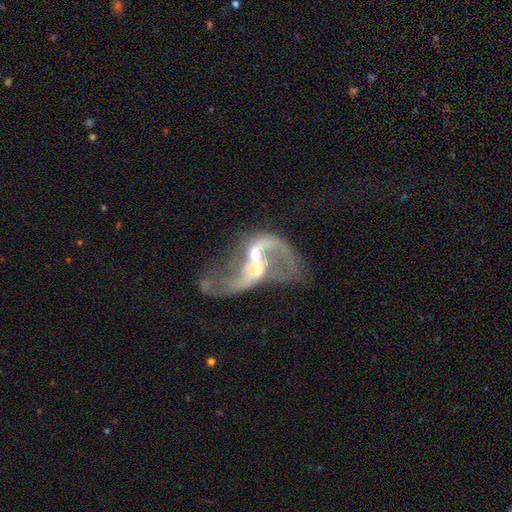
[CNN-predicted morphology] Smooth or featured? featured or disk (84%)
Edge-on disk? no (97%)
Bar? no (45%)
Spiral arms? yes (84%)
Spiral winding? loose (79%)
Spiral arm count? 2 (80%)
Bulge size? moderate (48%)
Merging? merger (58%)